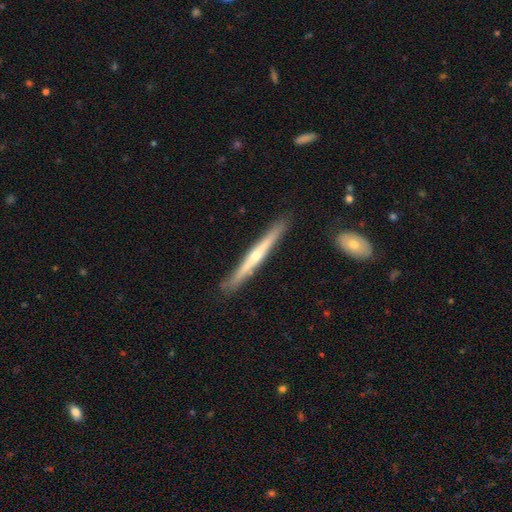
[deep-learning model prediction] This is likely a featured or disk galaxy (68%). It is clearly viewed edge-on (97%). Edge-on bulge: likely rounded (69%). Merging: clearly none (88%).